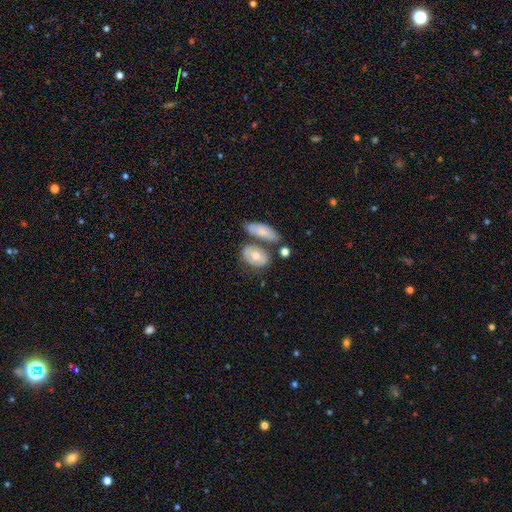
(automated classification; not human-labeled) Smooth or featured?
  - smooth: 58% *
  - featured or disk: 35%
  - star or artifact: 7%
How rounded?
  - in between: 79% *
  - round: 17%
  - cigar-shaped: 4%
Merging?
  - none: 55% *
  - merger: 24%
  - minor disturbance: 16%
  - major disturbance: 6%